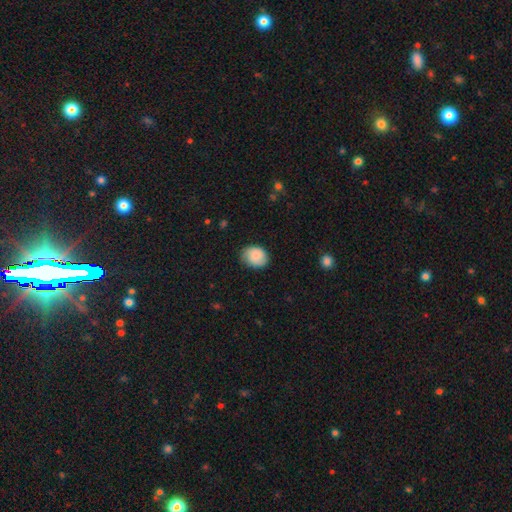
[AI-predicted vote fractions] smooth 79%, featured or disk 14%, star or artifact 7%. Down the decision tree: how rounded — in between (51%); merging — none (70%).